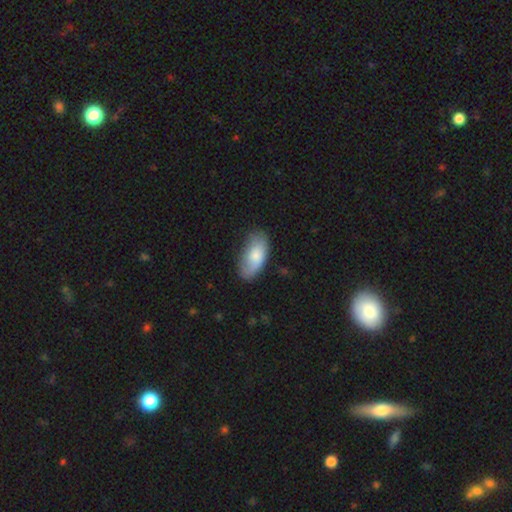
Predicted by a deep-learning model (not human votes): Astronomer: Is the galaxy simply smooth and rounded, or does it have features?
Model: smooth — 72%.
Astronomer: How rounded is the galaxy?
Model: in between — 94%.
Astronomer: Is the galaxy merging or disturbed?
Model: none — 70%.